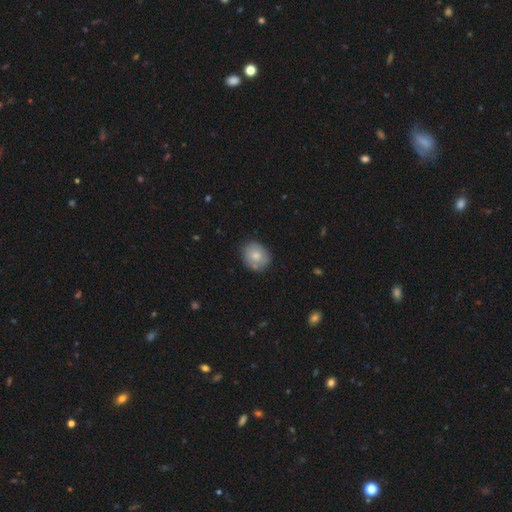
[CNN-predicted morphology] The model was most divided on "how rounded": round: 65%, in between: 35%, cigar-shaped: 1%. More confident: merging — none (77%); smooth or featured — smooth (75%).